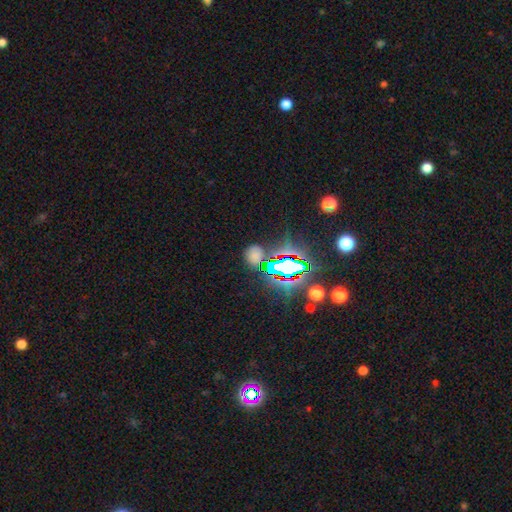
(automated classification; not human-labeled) smooth 46%, star or artifact 44%, featured or disk 9%. Down the decision tree: merging — none (74%).